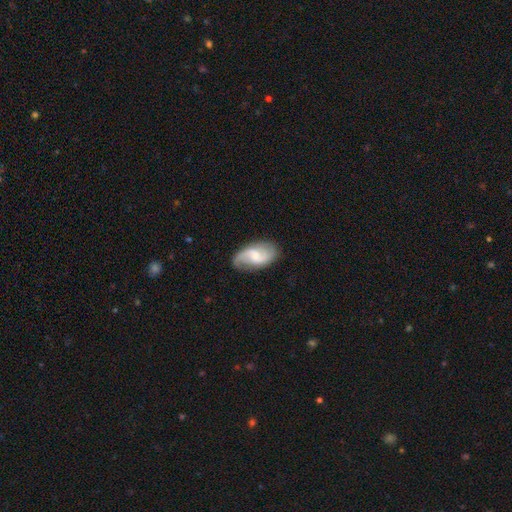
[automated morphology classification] type=featured or disk (72%); edge-on=no (96%); bar=weak (56%); spiral arms=yes (94%); winding=loose (48%); arm count=2 (86%); bulge=small (45%); merging=none (77%).